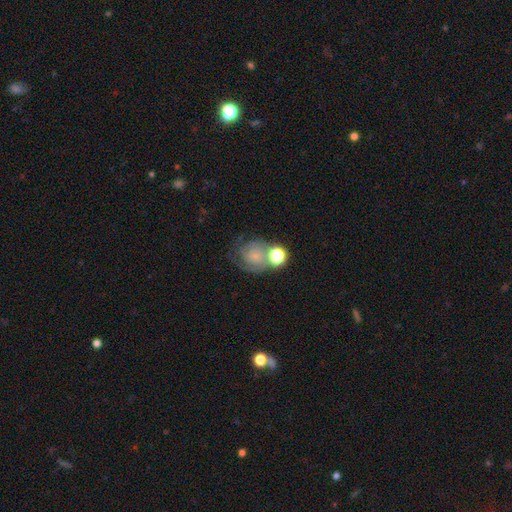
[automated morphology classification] Smooth or featured? featured or disk (57%)
Edge-on disk? no (97%)
Bar? no (78%)
Spiral arms? yes (84%)
Bulge size? small (60%)
Merging? none (47%)